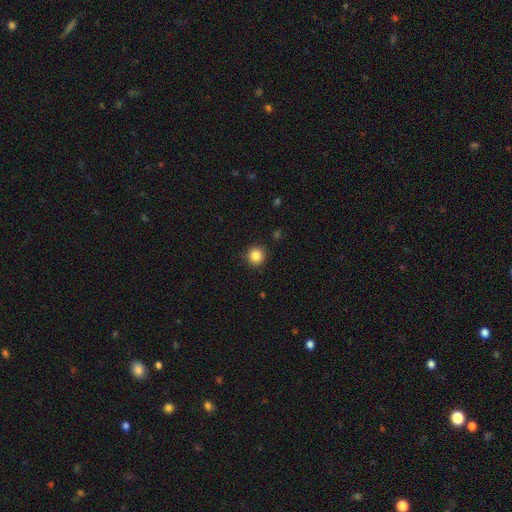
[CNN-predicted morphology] type=smooth (85%); roundness=round (93%); merging=none (89%).